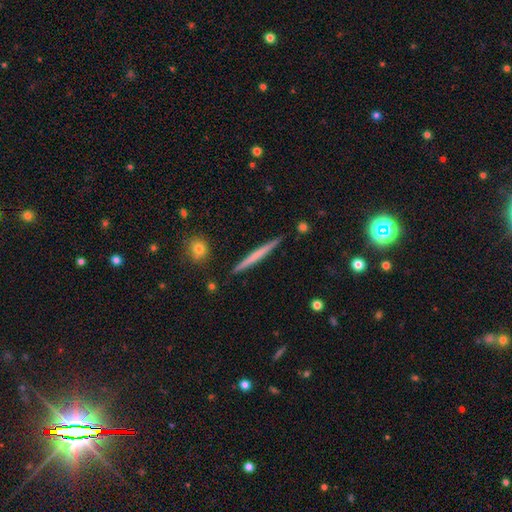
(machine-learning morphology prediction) smooth 49%, featured or disk 46%, star or artifact 6%. Down the decision tree: merging — none (91%).